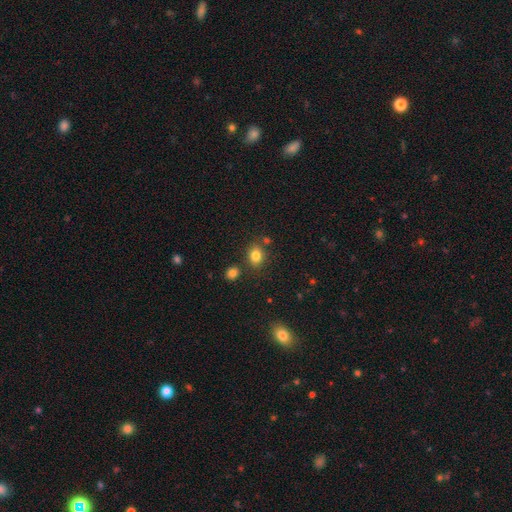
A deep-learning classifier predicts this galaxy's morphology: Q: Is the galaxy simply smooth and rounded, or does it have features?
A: smooth — 82%.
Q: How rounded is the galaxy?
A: round — 53%.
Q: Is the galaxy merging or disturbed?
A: none — 75%.